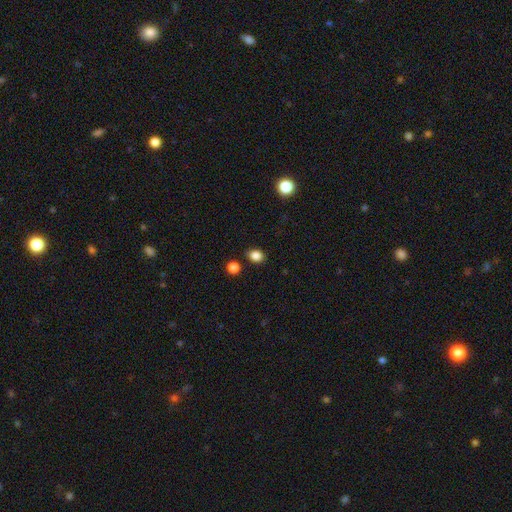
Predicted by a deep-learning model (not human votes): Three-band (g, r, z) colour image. It shows a smooth galaxy with no disk features (85%) that is in between round and cigar-shaped (51%). Merging: none (84%).